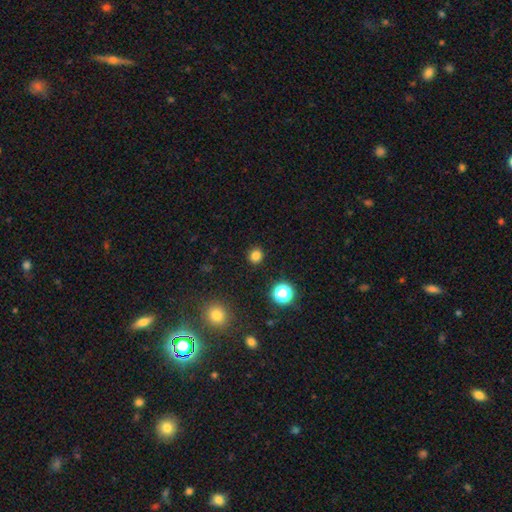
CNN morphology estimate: smooth-or-featured: smooth: 80% | star or artifact: 16% | featured or disk: 4%
  how-rounded: round: 85% | in between: 14% | cigar-shaped: 1%
  merging: none: 90% | minor disturbance: 6% | major disturbance: 2% | merger: 1%